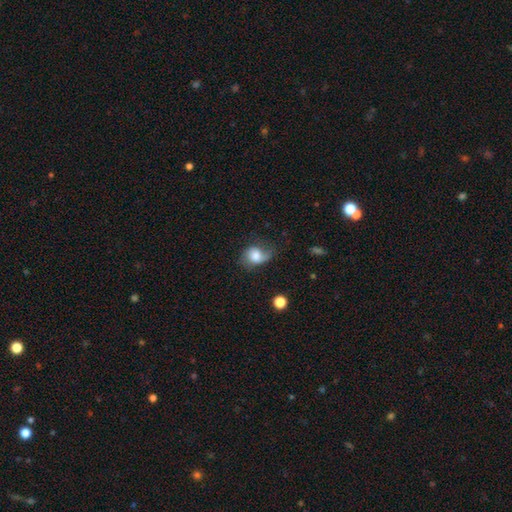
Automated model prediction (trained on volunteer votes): A smooth galaxy with no disk features (61%) that is round (50%).

Vote fractions:
- Smooth or featured? smooth: 61% / featured or disk: 30% / star or artifact: 9%
- How rounded? round: 50% / in between: 49% / cigar-shaped: 1%
- Merging? none: 40% / minor disturbance: 33% / major disturbance: 25% / merger: 2%